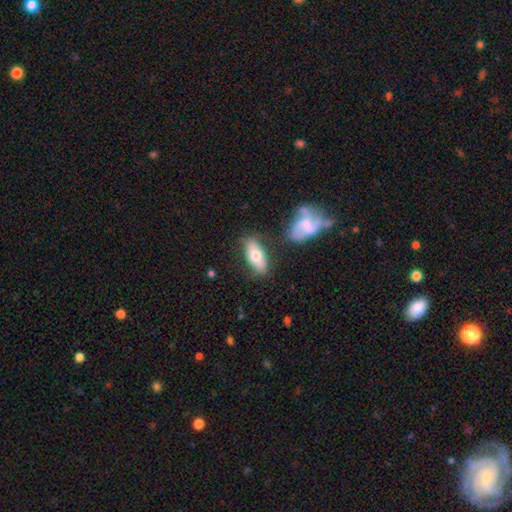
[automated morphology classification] A smooth galaxy with no disk features (60%) that is in between round and cigar-shaped (84%).

Vote fractions:
- Smooth or featured? smooth: 60% / featured or disk: 34% / star or artifact: 6%
- How rounded? in between: 84% / cigar-shaped: 13% / round: 3%
- Merging? none: 72% / minor disturbance: 15% / merger: 8% / major disturbance: 5%